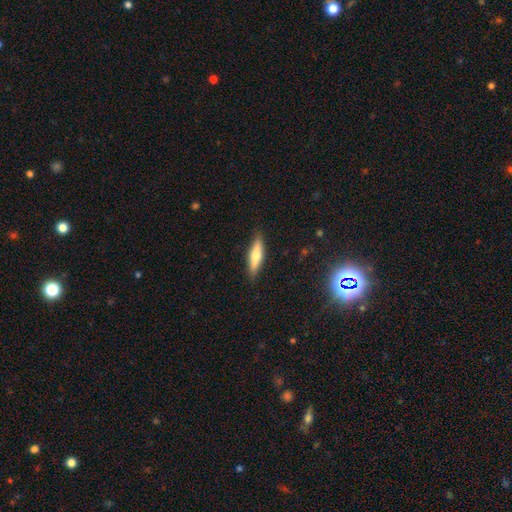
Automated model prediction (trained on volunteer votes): A smooth galaxy with no disk features (56%) that is cigar-shaped (70%). Merging: none (88%).